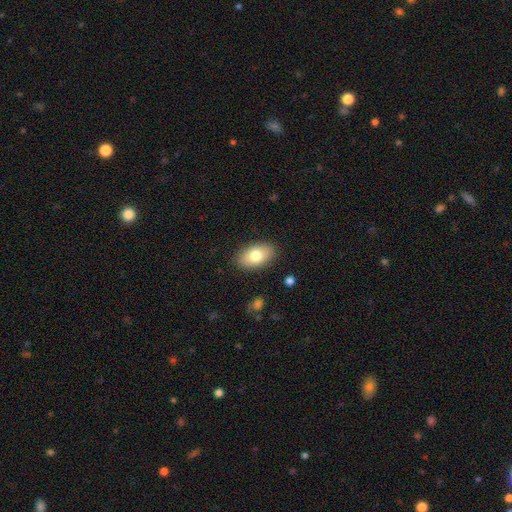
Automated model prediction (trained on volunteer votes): Smooth or featured?
  - smooth: 78% *
  - featured or disk: 15%
  - star or artifact: 7%
How rounded?
  - in between: 93% *
  - round: 6%
  - cigar-shaped: 2%
Merging?
  - none: 87% *
  - minor disturbance: 10%
  - major disturbance: 2%
  - merger: 1%